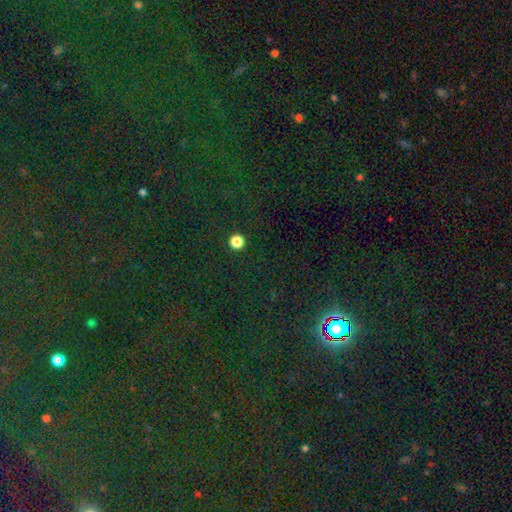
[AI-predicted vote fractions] Morphology: type=star or artifact (82%).